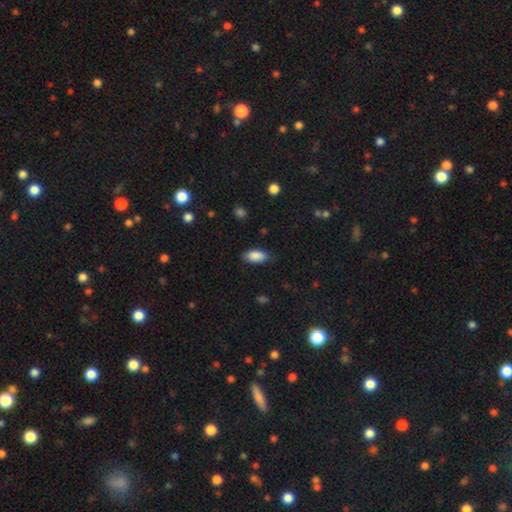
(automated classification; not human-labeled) Morphology: type=smooth (89%); roundness=in between (91%); merging=none (82%).